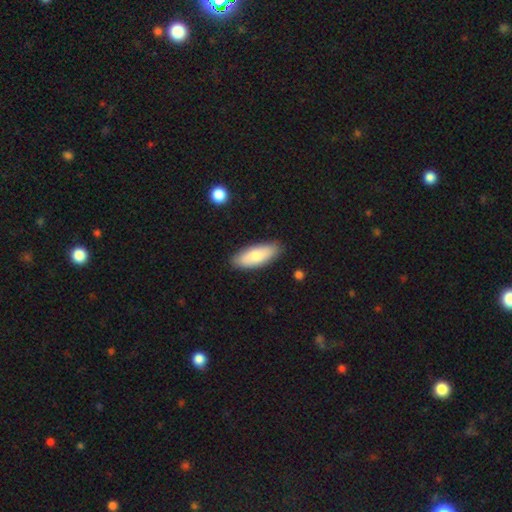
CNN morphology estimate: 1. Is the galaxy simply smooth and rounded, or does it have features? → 78% smooth, 17% featured or disk, 5% star or artifact.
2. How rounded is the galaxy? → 75% in between, 23% cigar-shaped, 2% round.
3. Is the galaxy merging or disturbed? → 86% none, 10% minor disturbance, 2% major disturbance, 1% merger.